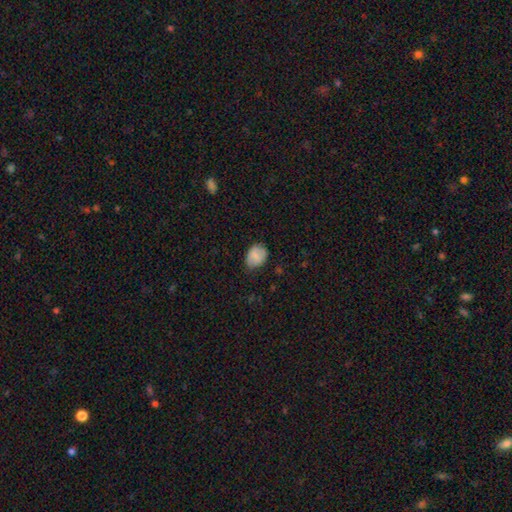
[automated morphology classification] The model was most divided on "how rounded": in between: 61%, round: 38%, cigar-shaped: 1%. More confident: smooth or featured — smooth (76%); merging — none (71%).